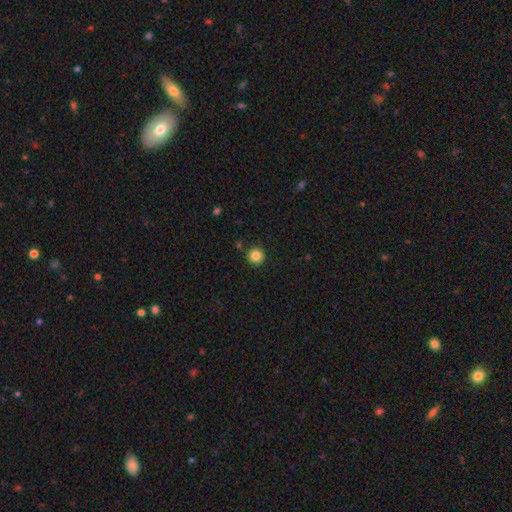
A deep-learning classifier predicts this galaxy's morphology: A smooth galaxy with no disk features (84%) that is round (95%).

Vote fractions:
- Smooth or featured? smooth: 84% / star or artifact: 11% / featured or disk: 4%
- How rounded? round: 95% / in between: 4% / cigar-shaped: 1%
- Merging? none: 90% / minor disturbance: 6% / merger: 2% / major disturbance: 2%